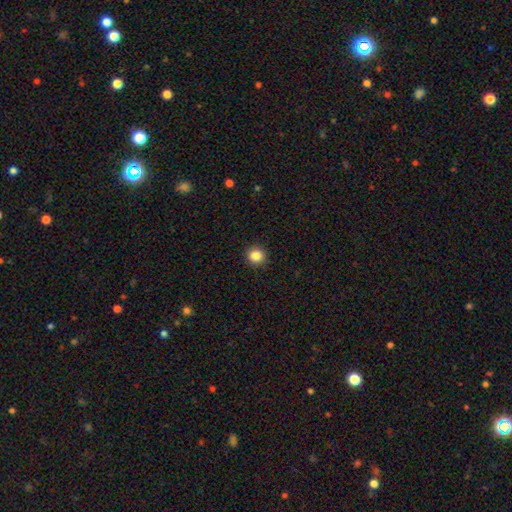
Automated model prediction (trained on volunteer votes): This appears to be a smooth galaxy with no disk features (86%) that is round (93%). Merging: none (92%).